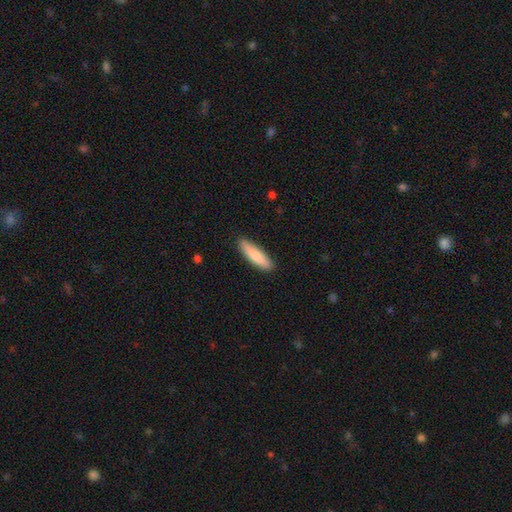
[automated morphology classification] The model was most divided on "how rounded": cigar-shaped: 70%, in between: 29%, round: 1%. More confident: merging — none (89%); smooth or featured — smooth (84%).